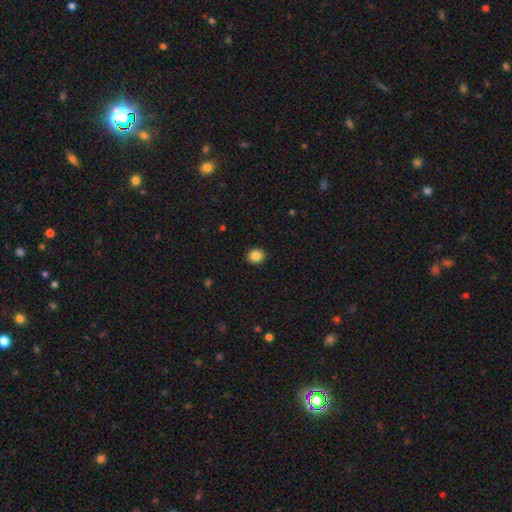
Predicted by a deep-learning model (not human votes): Morphology: type=smooth (85%); roundness=round (76%); merging=none (92%).